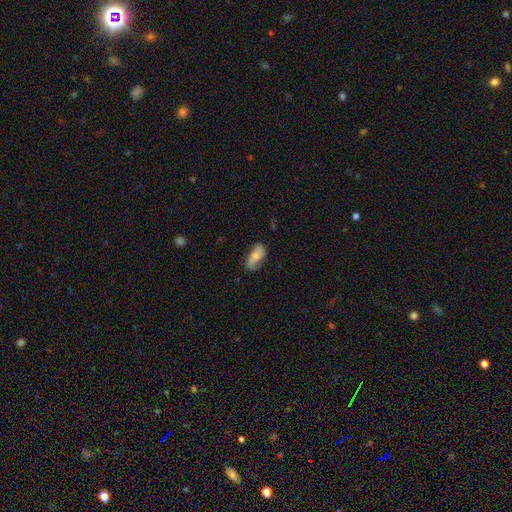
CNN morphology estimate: Smooth or featured?
  - smooth: 56% *
  - featured or disk: 37%
  - star or artifact: 7%
How rounded?
  - in between: 89% *
  - cigar-shaped: 7%
  - round: 4%
Merging?
  - none: 60% *
  - minor disturbance: 28%
  - major disturbance: 10%
  - merger: 2%